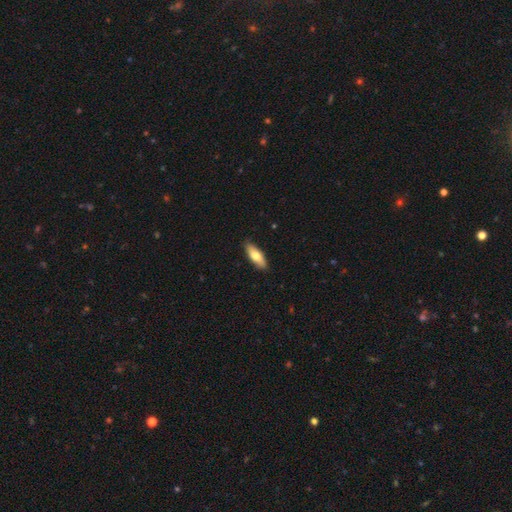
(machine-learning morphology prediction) Overall: smooth (73%). How rounded: in between (62%; cigar-shaped 36%). Merging: none (89%).